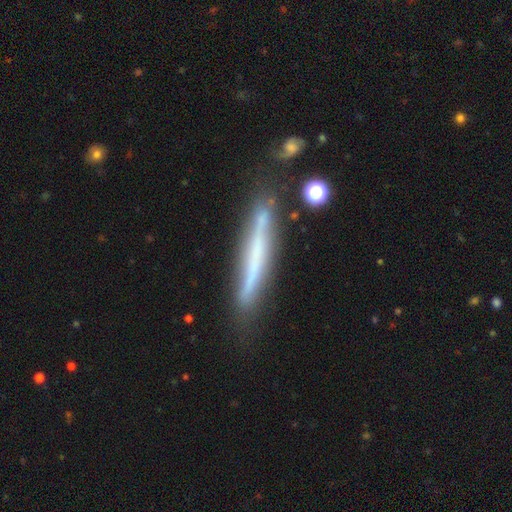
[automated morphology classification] This appears to be a featured or disk galaxy (56%) viewed edge-on (92%) with no central bulge (81%). Merging: none (75%).